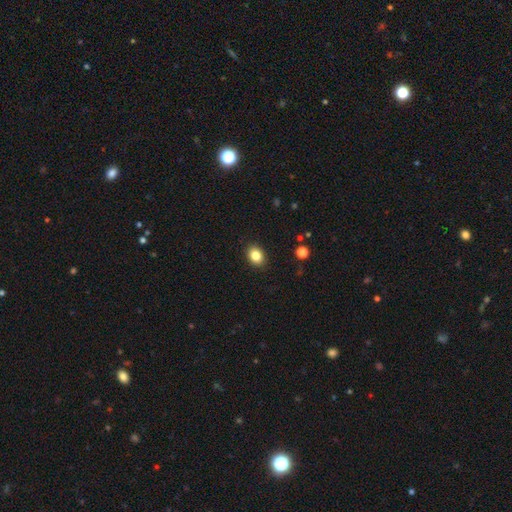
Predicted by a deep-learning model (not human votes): smooth 84%, star or artifact 9%, featured or disk 6%. Down the decision tree: how rounded — in between (66%); merging — none (90%).